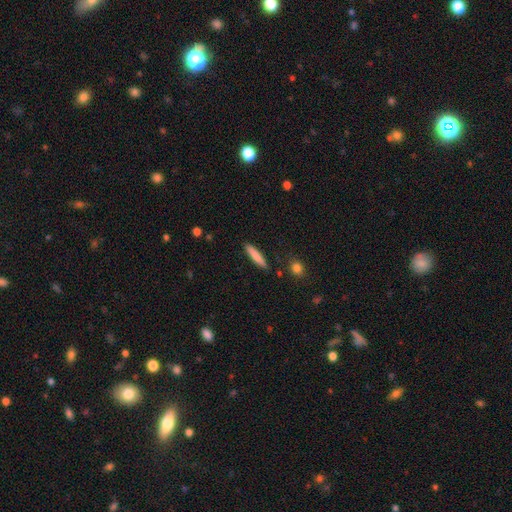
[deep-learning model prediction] A smooth galaxy with no disk features (81%) that is cigar-shaped (91%). Merging: none (89%).